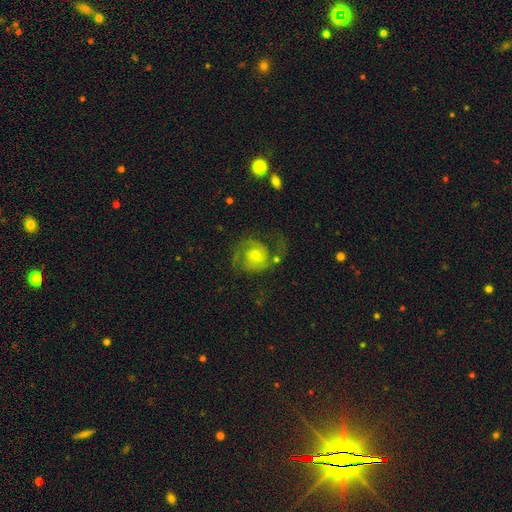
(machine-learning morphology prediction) smooth-or-featured: featured or disk: 79% | smooth: 14% | star or artifact: 7%
  disk-edge-on: no: 98% | yes: 2%
    bar: no: 68% | weak: 28% | strong: 4%
    has-spiral-arms: yes: 95% | no: 5%
      spiral-winding: medium: 51% | loose: 25% | tight: 24%
      spiral-arm-count: 2: 85% | can't tell: 5% | 1: 4% | 3: 3% | 4: 1% | more than 4: 1%
    bulge-size: small: 45% | moderate: 36% | none: 9% | large: 8% | dominant: 2%
  merging: none: 57% | major disturbance: 21% | minor disturbance: 18% | merger: 4%